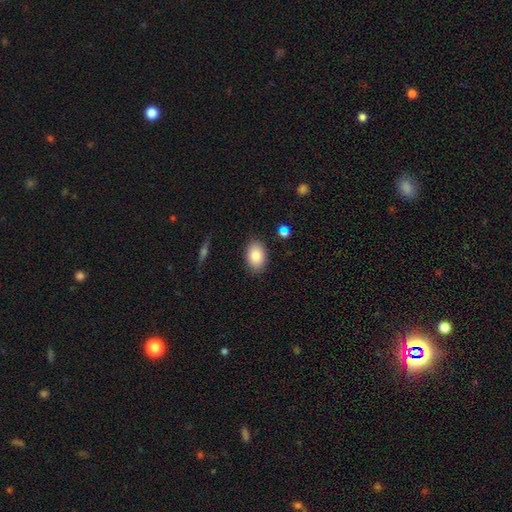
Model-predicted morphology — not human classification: smooth_or_featured: smooth (p=0.85) [alt: star or artifact p=0.07]
how_rounded: in between (p=0.86) [alt: round p=0.13]
merging: none (p=0.86) [alt: minor disturbance p=0.10]